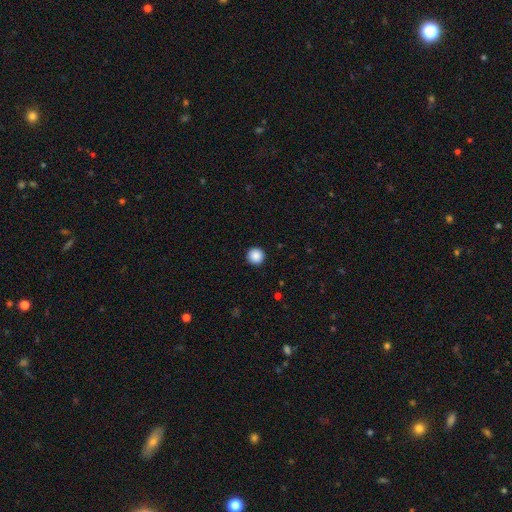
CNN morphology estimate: smooth_or_featured: smooth (p=0.88) [alt: star or artifact p=0.09]
how_rounded: round (p=0.96) [alt: in between p=0.03]
merging: none (p=0.93) [alt: minor disturbance p=0.04]